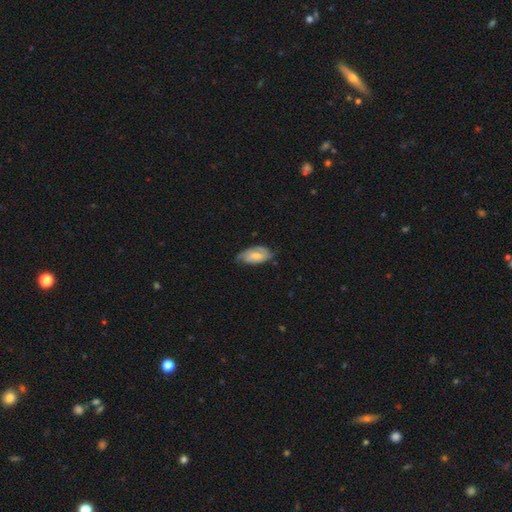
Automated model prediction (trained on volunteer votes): A featured or disk galaxy (50%). Merging: none (56%).